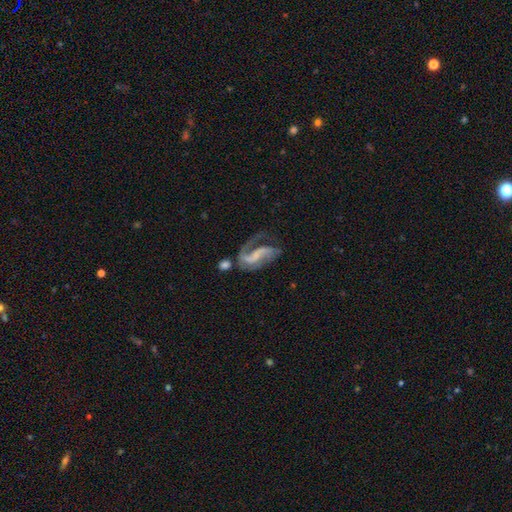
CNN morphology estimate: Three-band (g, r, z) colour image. It shows a featured or disk galaxy (83%) with a weak bar (41%), 2 (66%) medium (45%) spiral arms (93%) and no central bulge (42%). Merging: none (38%).